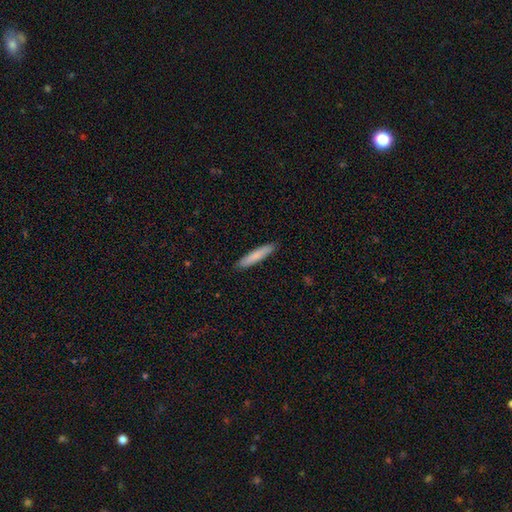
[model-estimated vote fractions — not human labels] A smooth galaxy with no disk features (79%) that is cigar-shaped (92%).

Vote fractions:
- Smooth or featured? smooth: 79% / featured or disk: 15% / star or artifact: 6%
- How rounded? cigar-shaped: 92% / in between: 7% / round: 1%
- Merging? none: 91% / minor disturbance: 7% / major disturbance: 1% / merger: 1%